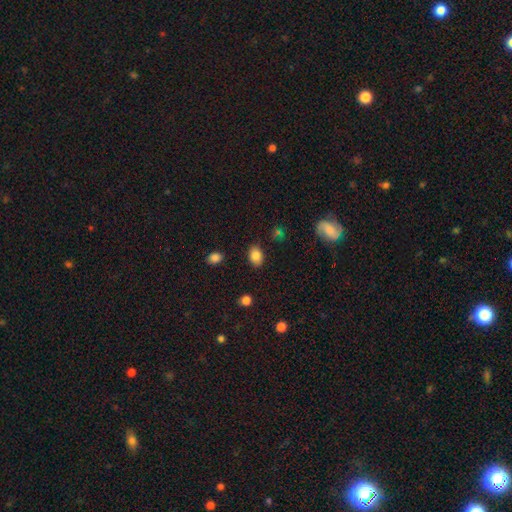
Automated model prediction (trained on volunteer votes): smooth-or-featured: smooth: 84% | star or artifact: 9% | featured or disk: 7%
  how-rounded: in between: 78% | round: 20% | cigar-shaped: 1%
  merging: none: 84% | minor disturbance: 11% | major disturbance: 3% | merger: 2%